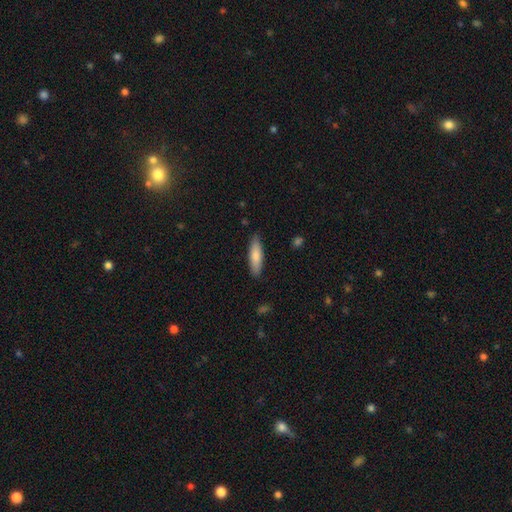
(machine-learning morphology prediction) smooth 79%, featured or disk 16%, star or artifact 5%. Down the decision tree: how rounded — cigar-shaped (59%); merging — none (86%).